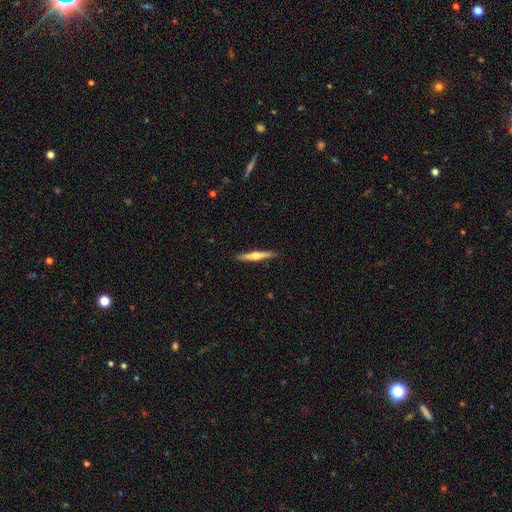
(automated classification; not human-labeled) Morphology: type=featured or disk (63%); edge-on=yes (97%); edge-on bulge=rounded (91%); merging=none (90%).